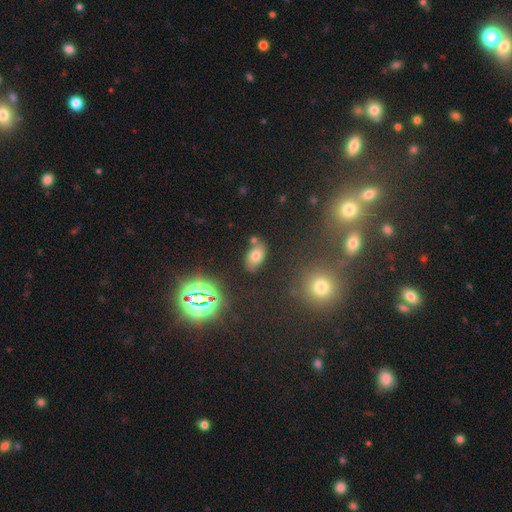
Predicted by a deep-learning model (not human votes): Smooth or featured: smooth — 65% (star or artifact — 20%)
How rounded: in between — 89% (round — 9%)
Merging: none — 73% (minor disturbance — 13%)